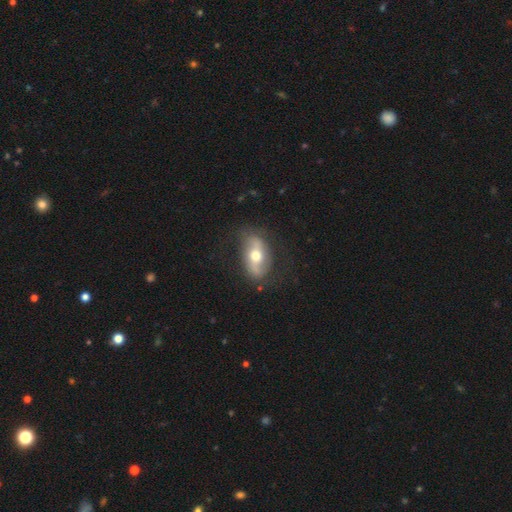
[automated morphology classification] smooth_or_featured: featured or disk (p=0.59) [alt: smooth p=0.35]
disk_edge_on: no (p=0.85) [alt: yes p=0.15]
merging: none (p=0.76) [alt: minor disturbance p=0.16]